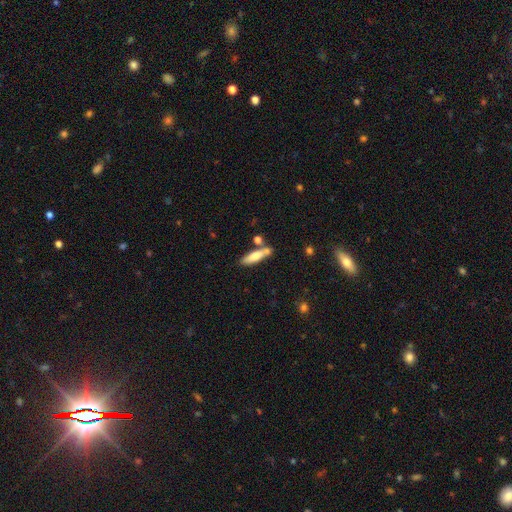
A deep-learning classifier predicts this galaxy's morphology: Smooth or featured? smooth (71%)
How rounded? cigar-shaped (65%)
Merging? none (62%)